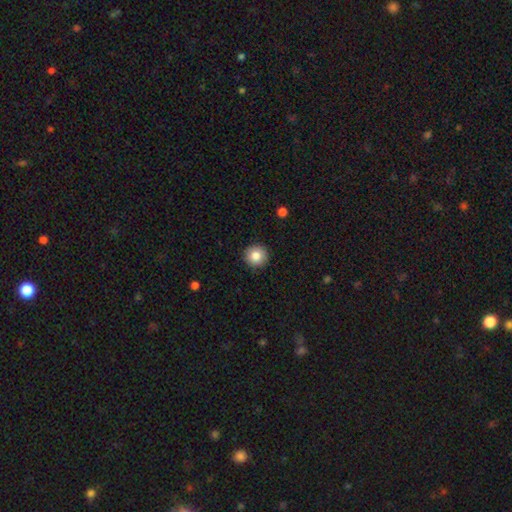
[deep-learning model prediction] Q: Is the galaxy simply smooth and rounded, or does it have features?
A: smooth — 83%.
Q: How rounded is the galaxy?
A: round — 95%.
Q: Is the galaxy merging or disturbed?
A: none — 92%.